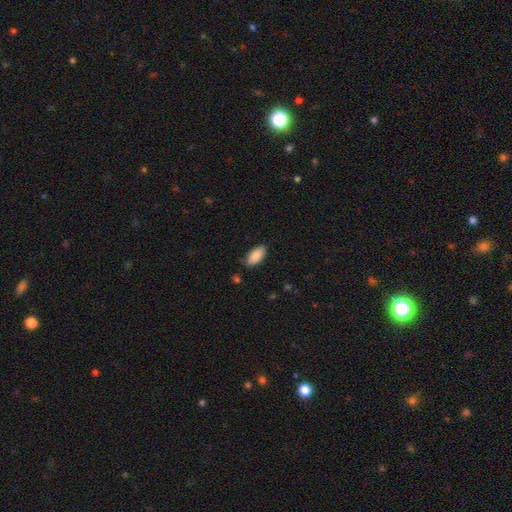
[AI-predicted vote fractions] A smooth galaxy with no disk features (88%) that is in between round and cigar-shaped (92%).

Vote fractions:
- Smooth or featured? smooth: 88% / star or artifact: 6% / featured or disk: 6%
- How rounded? in between: 92% / cigar-shaped: 6% / round: 2%
- Merging? none: 82% / minor disturbance: 14% / major disturbance: 3% / merger: 1%